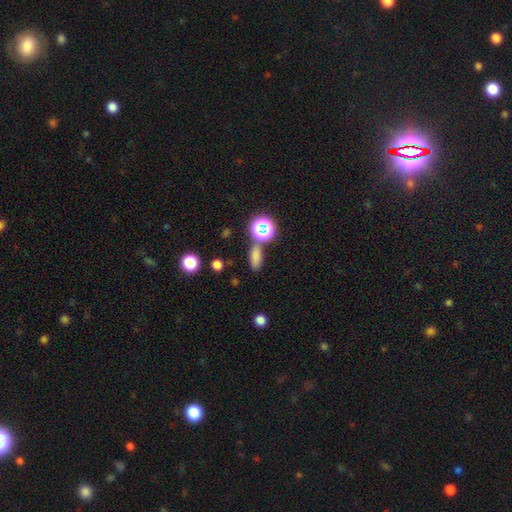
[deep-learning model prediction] smooth_or_featured: smooth (p=0.72) [alt: star or artifact p=0.21]
how_rounded: in between (p=0.66) [alt: cigar-shaped p=0.19]
merging: none (p=0.72) [alt: minor disturbance p=0.12]